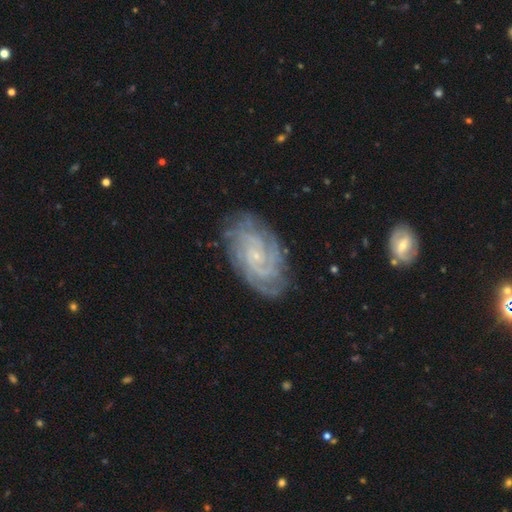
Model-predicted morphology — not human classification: This is clearly a featured or disk galaxy (85%). It is clearly not viewed edge-on (96%). Bar: likely no (70%). Spiral arm pattern: clearly yes (97%). Spiral arm count: marginally can't tell (29%). Spiral winding: likely tight (72%). Central bulge: clearly small (81%). Merging: likely none (80%).